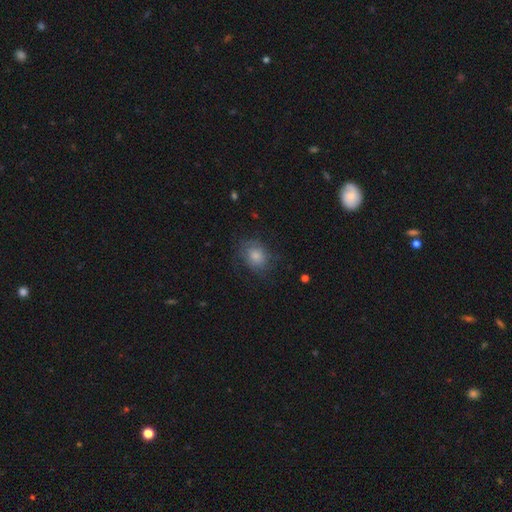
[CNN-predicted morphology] Smooth or featured? smooth (58%)
How rounded? round (59%)
Merging? none (71%)